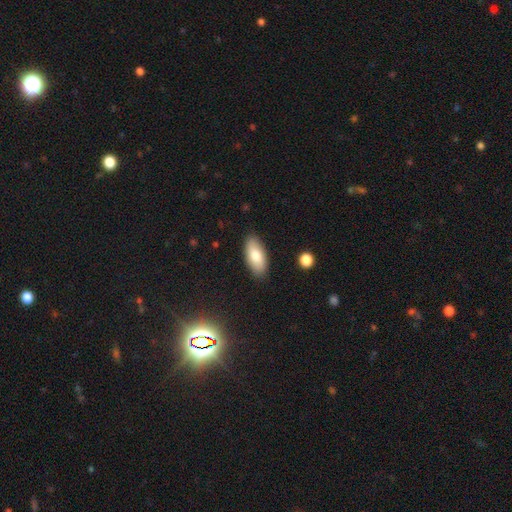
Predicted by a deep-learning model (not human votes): smooth_or_featured: smooth (p=0.78) [alt: featured or disk p=0.15]
how_rounded: in between (p=0.89) [alt: cigar-shaped p=0.08]
merging: none (p=0.87) [alt: minor disturbance p=0.10]